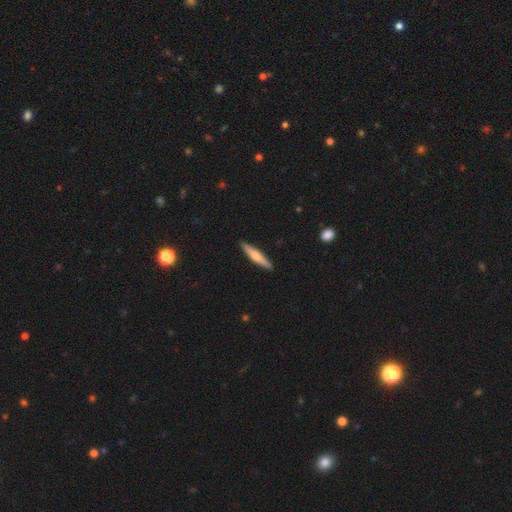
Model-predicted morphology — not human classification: A smooth galaxy with no disk features (51%) that is cigar-shaped (90%).

Vote fractions:
- Smooth or featured? smooth: 51% / featured or disk: 43% / star or artifact: 5%
- How rounded? cigar-shaped: 90% / in between: 8% / round: 2%
- Merging? none: 91% / minor disturbance: 6% / major disturbance: 1% / merger: 1%